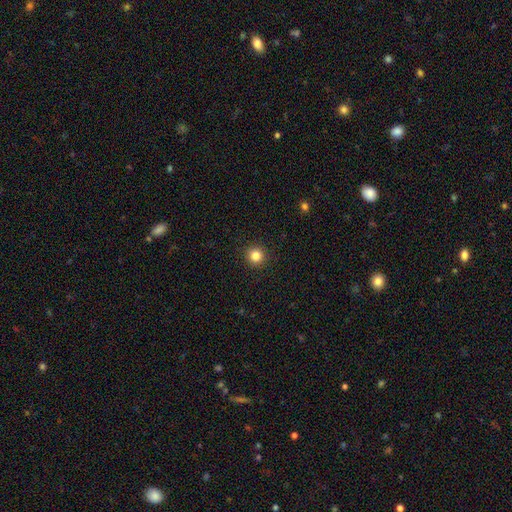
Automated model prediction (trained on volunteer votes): Smooth or featured?
  - smooth: 84% *
  - star or artifact: 12%
  - featured or disk: 5%
How rounded?
  - round: 95% *
  - in between: 4%
  - cigar-shaped: 1%
Merging?
  - none: 93% *
  - minor disturbance: 4%
  - major disturbance: 2%
  - merger: 1%